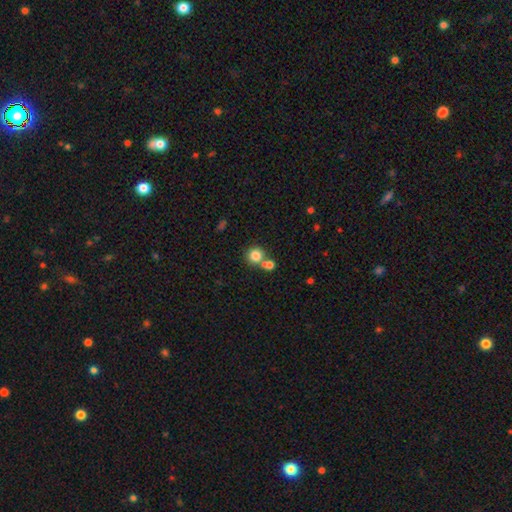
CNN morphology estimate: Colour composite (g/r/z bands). It shows a smooth galaxy with no disk features (81%) that is round (89%). Merging: none (53%).